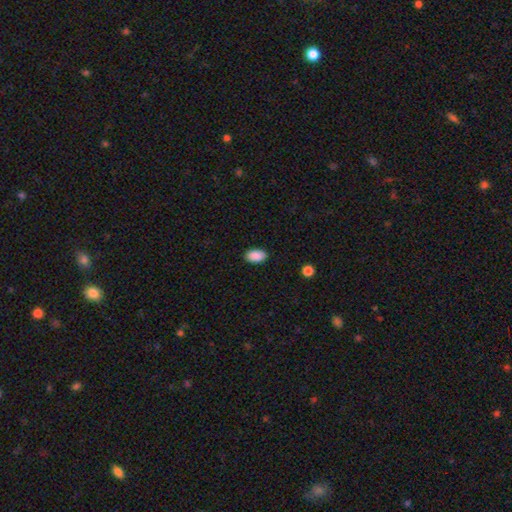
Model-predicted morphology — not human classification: Smooth or featured?
  - smooth: 90% *
  - star or artifact: 7%
  - featured or disk: 3%
How rounded?
  - in between: 93% *
  - round: 5%
  - cigar-shaped: 2%
Merging?
  - none: 89% *
  - minor disturbance: 8%
  - major disturbance: 2%
  - merger: 1%